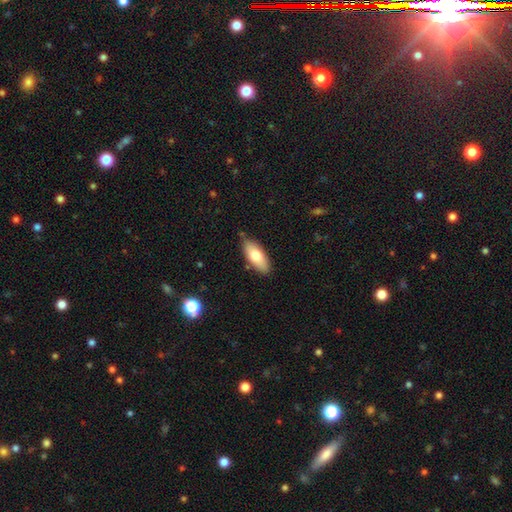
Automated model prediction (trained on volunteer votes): Smooth or featured? smooth (74%)
How rounded? in between (81%)
Merging? none (80%)